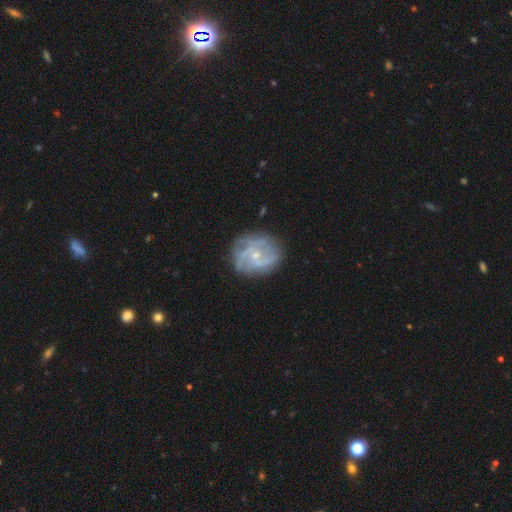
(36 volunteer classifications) Smooth or featured? 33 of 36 (92%) said featured or disk. Edge-on disk? 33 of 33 (100%) said no. Bar? 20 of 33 (61%) said no. Spiral arms? 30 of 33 (91%) said yes. Spiral winding? 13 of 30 (43%) said medium. Spiral arm count? 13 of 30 (43%) said 3. Bulge size? 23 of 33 (70%) said small. Merging? 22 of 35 (63%) said none.